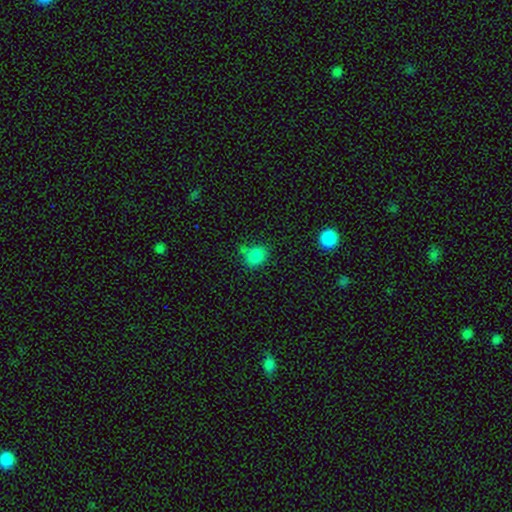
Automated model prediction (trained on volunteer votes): Smooth or featured? Predicted: smooth (p=0.84). How rounded? Predicted: round (p=0.54). Merging? Predicted: none (p=0.64).